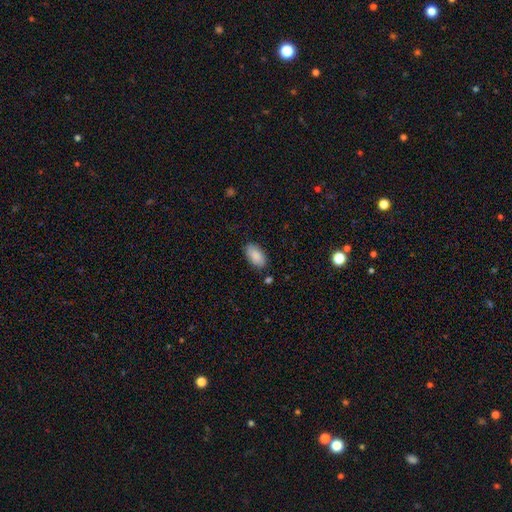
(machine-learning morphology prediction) Smooth or featured? smooth (87%)
How rounded? in between (95%)
Merging? none (83%)